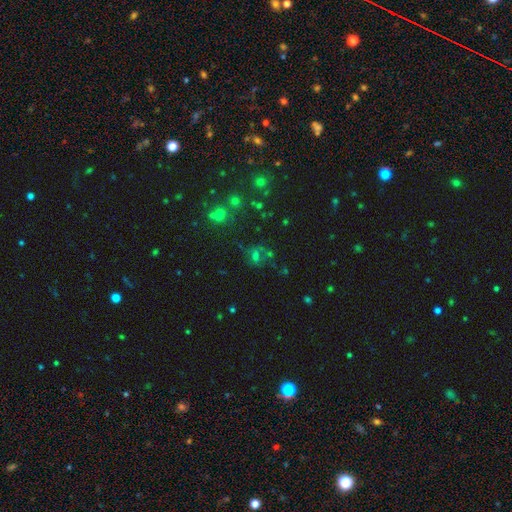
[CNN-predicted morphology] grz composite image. It shows a star or artifact, not a galaxy (39%).